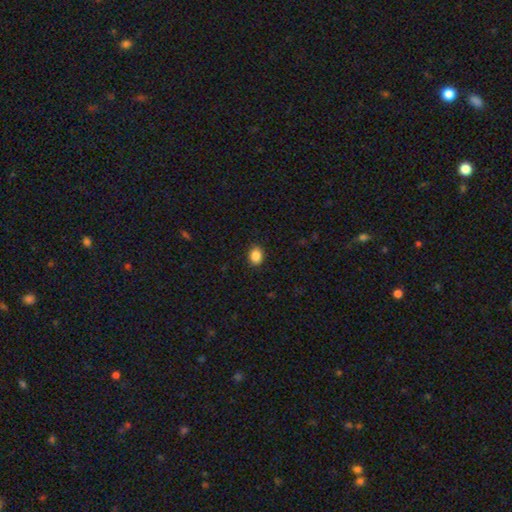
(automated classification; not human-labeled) smooth 88%, star or artifact 9%, featured or disk 3%. Down the decision tree: how rounded — in between (52%); merging — none (89%).